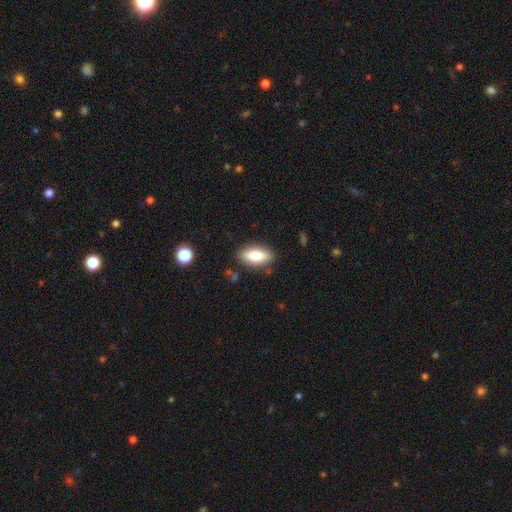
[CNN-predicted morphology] Q: Smooth or featured?
A: smooth (75%); runner-up: featured or disk (19%)
Q: How rounded?
A: in between (83%); runner-up: cigar-shaped (14%)
Q: Merging?
A: none (84%); runner-up: minor disturbance (11%)